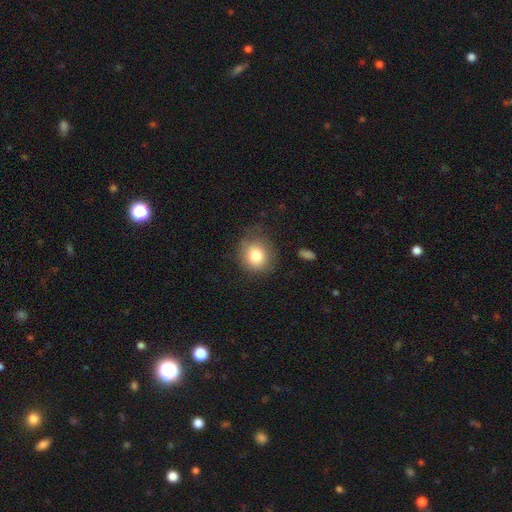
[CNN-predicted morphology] smooth_or_featured: smooth (p=0.81) [alt: star or artifact p=0.10]
how_rounded: round (p=0.80) [alt: in between p=0.20]
merging: none (p=0.72) [alt: minor disturbance p=0.19]